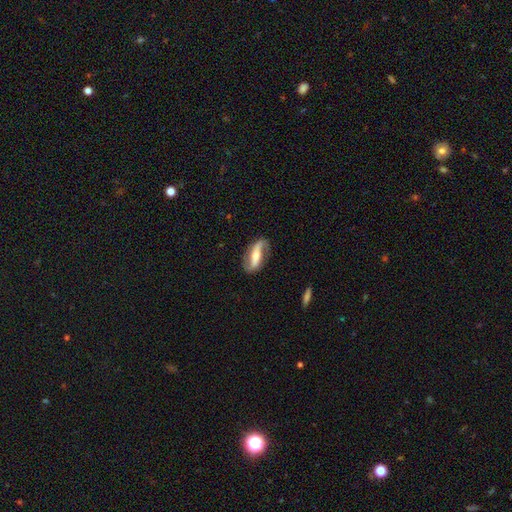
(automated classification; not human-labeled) A featured or disk galaxy (79%) with a strong bar (56%), 2 (89%) loose (58%) spiral arms (90%) and a moderate central bulge (52%). Merging: none (79%).